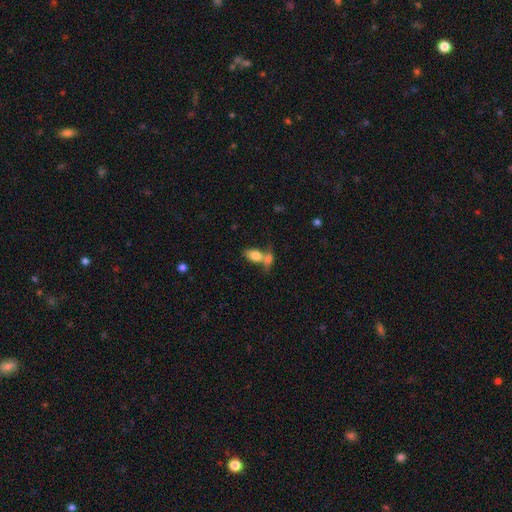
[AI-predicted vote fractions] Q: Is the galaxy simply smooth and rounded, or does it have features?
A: smooth — 78%.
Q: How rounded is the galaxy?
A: in between — 87%.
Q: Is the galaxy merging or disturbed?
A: merger — 62%.